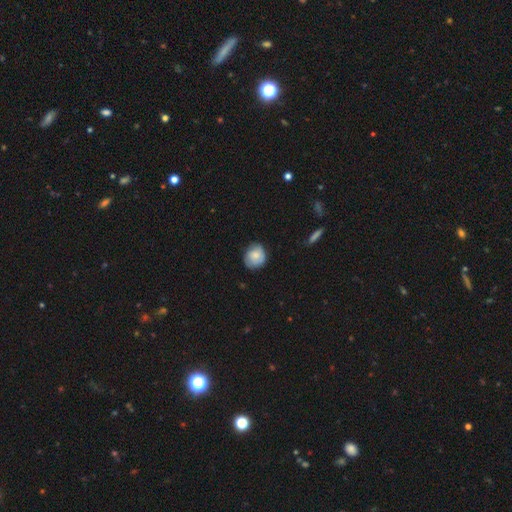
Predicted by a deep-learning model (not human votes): Q: Smooth or featured?
A: smooth (74%); runner-up: featured or disk (19%)
Q: How rounded?
A: round (83%); runner-up: in between (16%)
Q: Merging?
A: none (75%); runner-up: minor disturbance (20%)